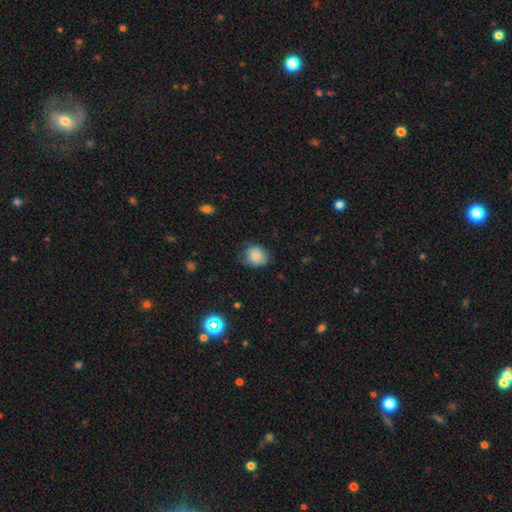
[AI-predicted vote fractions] Smooth or featured? smooth (82%)
How rounded? round (63%)
Merging? none (66%)